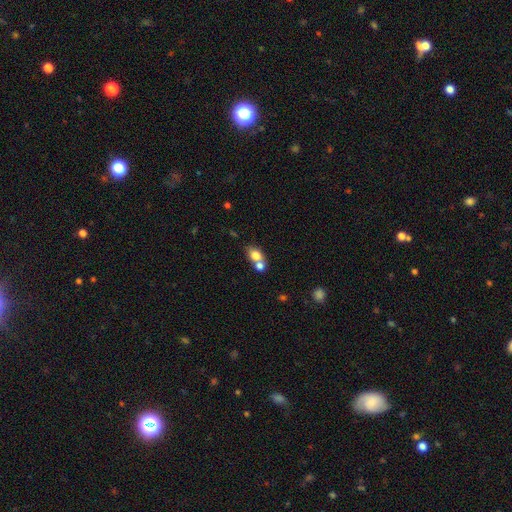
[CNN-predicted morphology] Smooth or featured: smooth — 78% (featured or disk — 13%)
How rounded: in between — 60% (round — 39%)
Merging: merger — 52% (none — 36%)